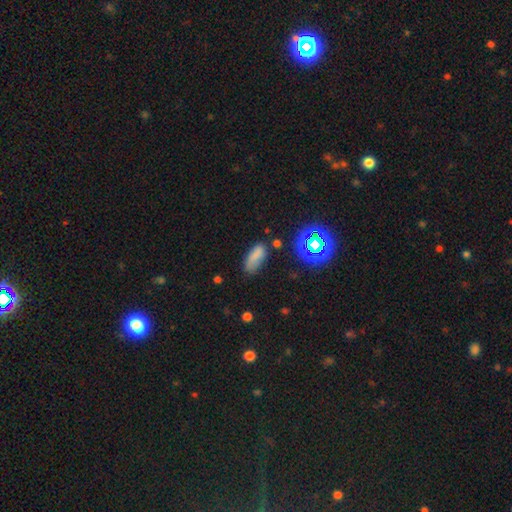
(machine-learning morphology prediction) Smooth or featured?
  - smooth: 73% *
  - star or artifact: 16%
  - featured or disk: 11%
How rounded?
  - in between: 81% *
  - cigar-shaped: 15%
  - round: 4%
Merging?
  - none: 62% *
  - minor disturbance: 25%
  - major disturbance: 9%
  - merger: 4%